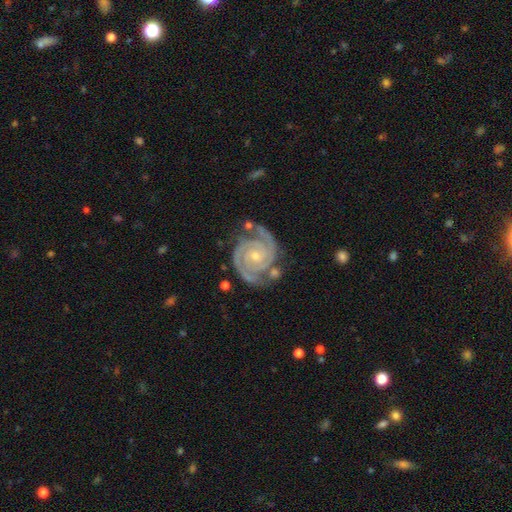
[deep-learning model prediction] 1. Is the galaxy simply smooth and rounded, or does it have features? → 94% featured or disk, 4% star or artifact, 2% smooth.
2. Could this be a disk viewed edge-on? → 98% no, 2% yes.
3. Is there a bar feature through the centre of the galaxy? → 70% no, 21% weak, 9% strong.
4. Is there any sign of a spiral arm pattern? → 99% yes, 1% no.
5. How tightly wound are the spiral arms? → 75% tight, 23% medium, 2% loose.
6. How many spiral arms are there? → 83% 2, 9% 3, 2% can't tell, 2% 4, 2% 1, 2% more than 4.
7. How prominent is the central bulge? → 68% small, 28% moderate, 1% none, 1% large, 1% dominant.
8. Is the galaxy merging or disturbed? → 72% none, 17% minor disturbance, 6% merger, 5% major disturbance.